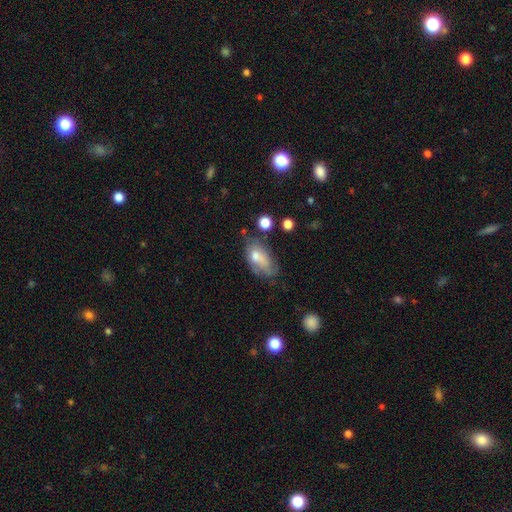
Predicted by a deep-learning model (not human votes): This is possibly a smooth galaxy (50%). How rounded: clearly in between (86%). Merging: marginally none (44%).